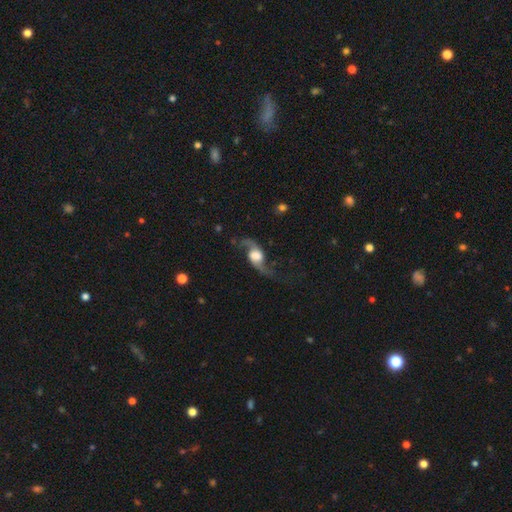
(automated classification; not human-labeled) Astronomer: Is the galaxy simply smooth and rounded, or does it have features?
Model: featured or disk — 84%.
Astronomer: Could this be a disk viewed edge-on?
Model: no — 92%.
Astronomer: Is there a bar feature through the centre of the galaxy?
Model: no — 51% (runner-up: weak, 36%).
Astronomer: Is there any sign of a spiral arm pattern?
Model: yes — 95%.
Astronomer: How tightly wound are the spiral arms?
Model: loose — 87%.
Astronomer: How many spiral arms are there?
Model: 2 — 94%.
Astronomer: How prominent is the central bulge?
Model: large — 49% (runner-up: moderate, 25%).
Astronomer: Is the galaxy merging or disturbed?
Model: none — 67%.